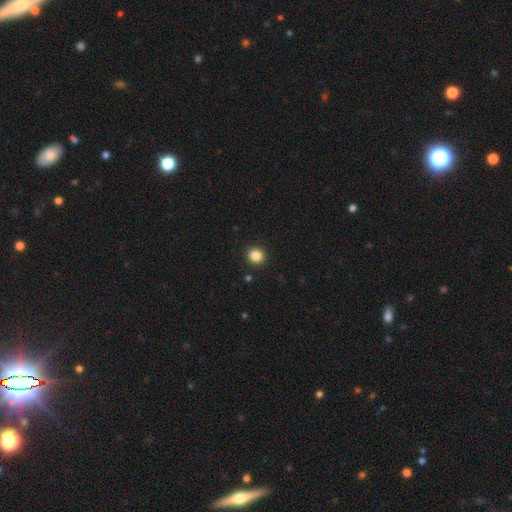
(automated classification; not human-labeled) This appears to be a smooth galaxy with no disk features (85%) that is round (90%). Merging: none (93%).